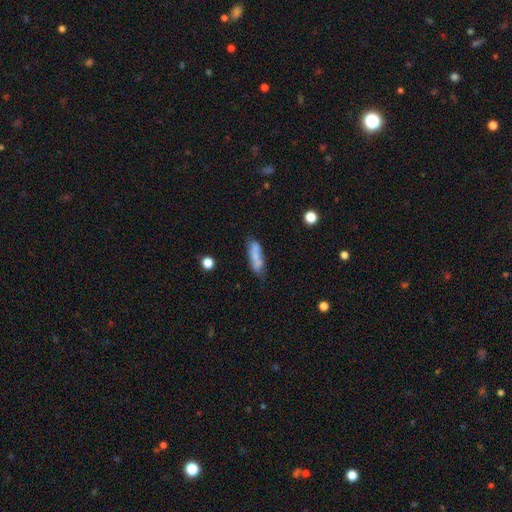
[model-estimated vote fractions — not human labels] This appears to be a smooth galaxy with no disk features (71%) that is cigar-shaped (59%). Merging: none (57%).